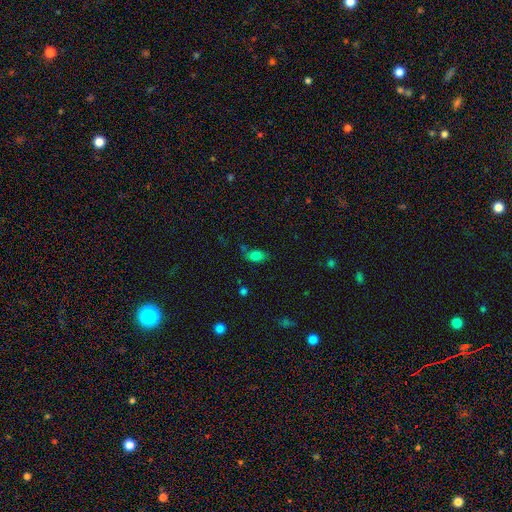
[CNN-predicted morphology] This appears to be a smooth galaxy with no disk features (80%) that is in between round and cigar-shaped (87%). Merging: none (65%).